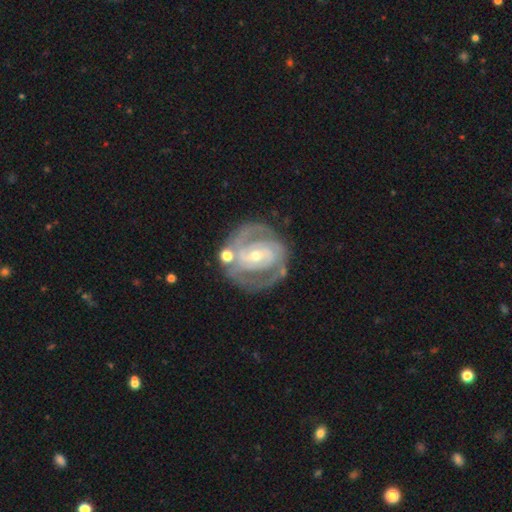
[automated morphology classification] Smooth or featured? featured or disk (87%)
Edge-on disk? no (97%)
Bar? weak (40%)
Spiral arms? yes (93%)
Spiral winding? tight (61%)
Spiral arm count? 2 (65%)
Bulge size? small (54%)
Merging? none (69%)